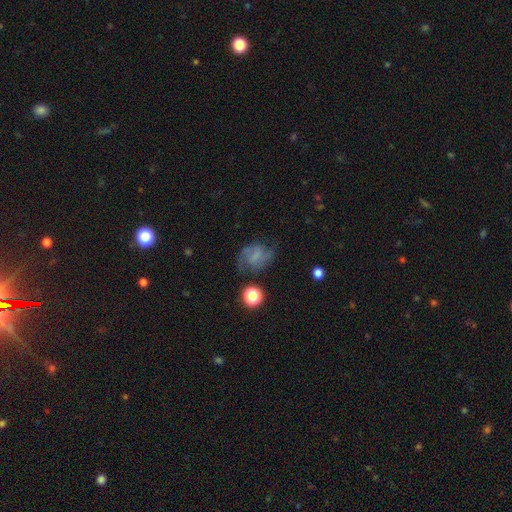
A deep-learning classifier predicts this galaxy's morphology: Smooth or featured? Predicted: featured or disk (p=0.58). Edge-on disk? Predicted: no (p=0.98). Bar? Predicted: no (p=0.43, tied with weak). Spiral arms? Predicted: yes (p=0.87). Bulge size? Predicted: none (p=0.60). Merging? Predicted: none (p=0.60).